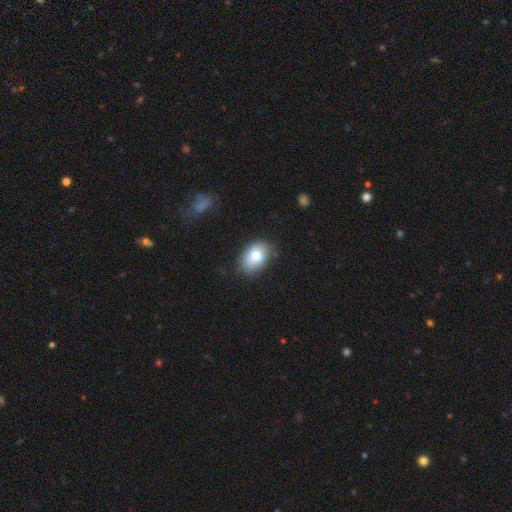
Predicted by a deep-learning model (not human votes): The model was most divided on "merging": none: 71%, minor disturbance: 21%, major disturbance: 5%, merger: 3%. More confident: how rounded — in between (82%); smooth or featured — smooth (79%).